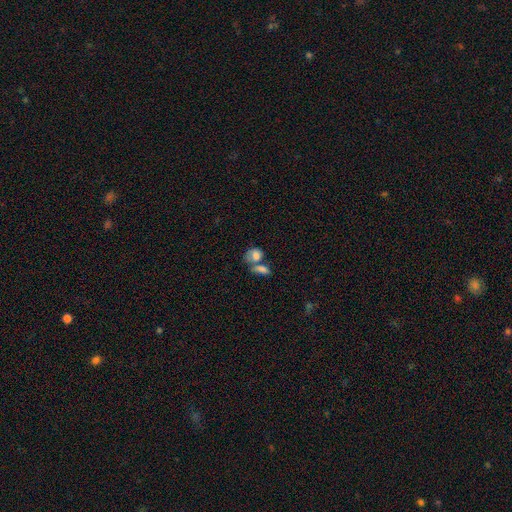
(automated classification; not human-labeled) This is likely a smooth galaxy (74%). How rounded: likely in between (63%). Merging: possibly merger (56%).